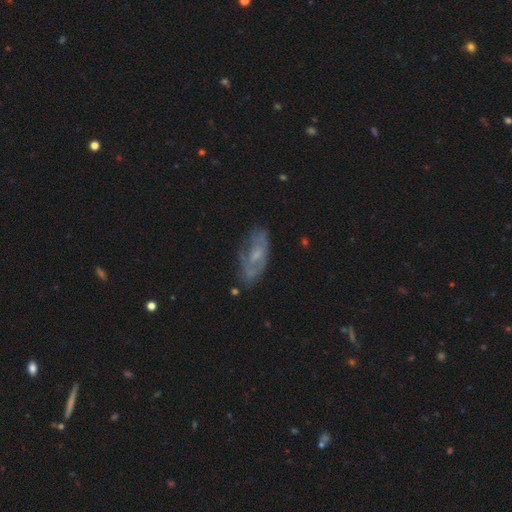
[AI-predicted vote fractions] Smooth or featured?
  - featured or disk: 59% *
  - smooth: 31%
  - star or artifact: 10%
Edge-on disk?
  - no: 89% *
  - yes: 11%
Bar?
  - no: 68% *
  - weak: 27%
  - strong: 5%
Spiral arms?
  - yes: 57% *
  - no: 43%
Bulge size?
  - small: 47% *
  - moderate: 30%
  - none: 19%
  - large: 3%
  - dominant: 1%
Merging?
  - none: 62% *
  - minor disturbance: 23%
  - major disturbance: 11%
  - merger: 3%